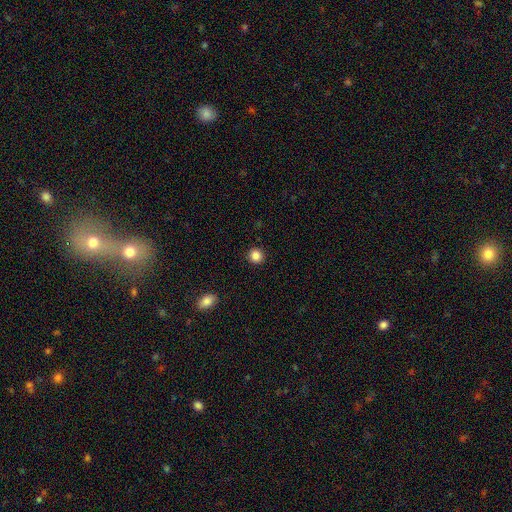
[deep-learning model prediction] smooth-or-featured: smooth: 86% | star or artifact: 10% | featured or disk: 3%
  how-rounded: round: 93% | in between: 6% | cigar-shaped: 1%
  merging: none: 92% | minor disturbance: 5% | major disturbance: 2% | merger: 1%